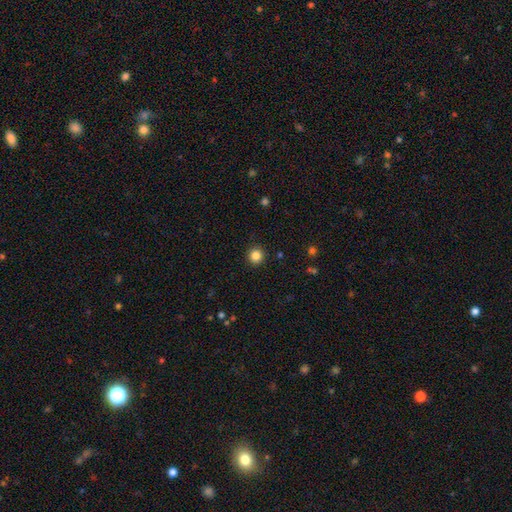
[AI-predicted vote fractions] smooth_or_featured: smooth (p=0.84) [alt: star or artifact p=0.12]
how_rounded: round (p=0.95) [alt: in between p=0.04]
merging: none (p=0.92) [alt: minor disturbance p=0.05]